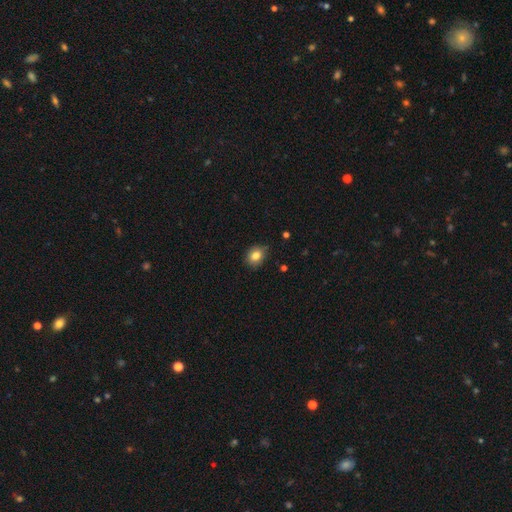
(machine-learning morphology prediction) Smooth or featured: smooth — 83% (star or artifact — 10%)
How rounded: in between — 50% (round — 49%)
Merging: none — 78% (minor disturbance — 18%)